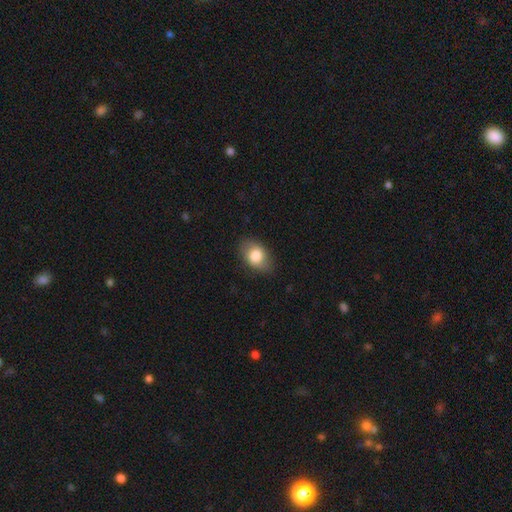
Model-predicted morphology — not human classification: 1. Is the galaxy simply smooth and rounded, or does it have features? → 81% smooth, 11% featured or disk, 8% star or artifact.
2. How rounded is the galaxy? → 79% in between, 19% round, 1% cigar-shaped.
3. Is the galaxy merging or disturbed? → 81% none, 14% minor disturbance, 3% major disturbance, 1% merger.